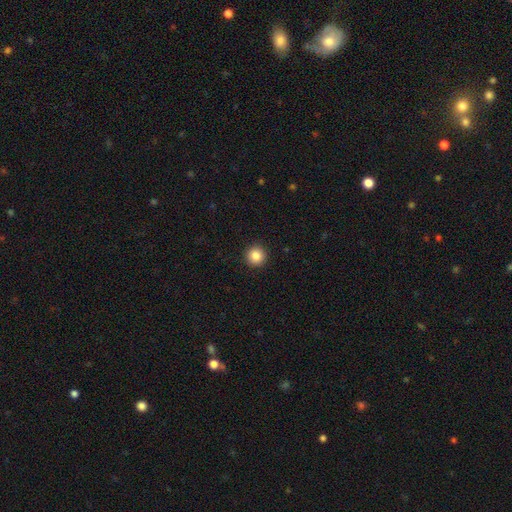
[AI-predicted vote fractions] Smooth or featured?
  - smooth: 86% *
  - star or artifact: 10%
  - featured or disk: 4%
How rounded?
  - round: 96% *
  - in between: 3%
  - cigar-shaped: 1%
Merging?
  - none: 93% *
  - minor disturbance: 4%
  - major disturbance: 2%
  - merger: 1%